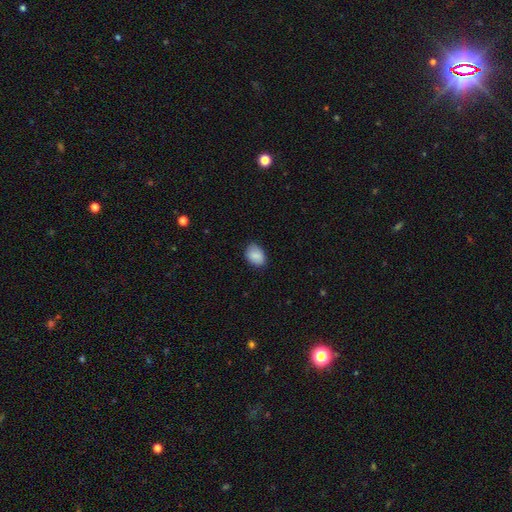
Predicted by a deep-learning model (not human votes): Smooth or featured? smooth (88%)
How rounded? in between (79%)
Merging? none (79%)